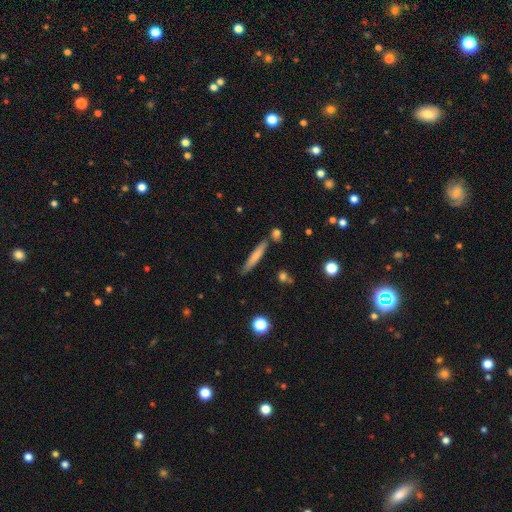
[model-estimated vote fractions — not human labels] The model was most divided on "smooth or featured": smooth: 68%, featured or disk: 25%, star or artifact: 7%. More confident: how rounded — cigar-shaped (93%); merging — none (81%).